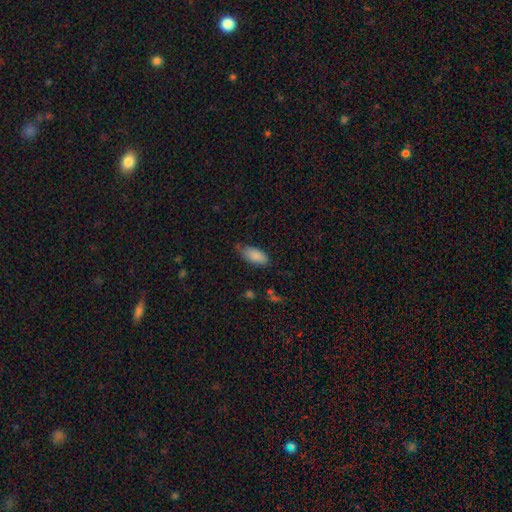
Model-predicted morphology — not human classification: smooth_or_featured: smooth (p=0.87) [alt: star or artifact p=0.07]
how_rounded: in between (p=0.89) [alt: cigar-shaped p=0.09]
merging: none (p=0.69) [alt: minor disturbance p=0.24]